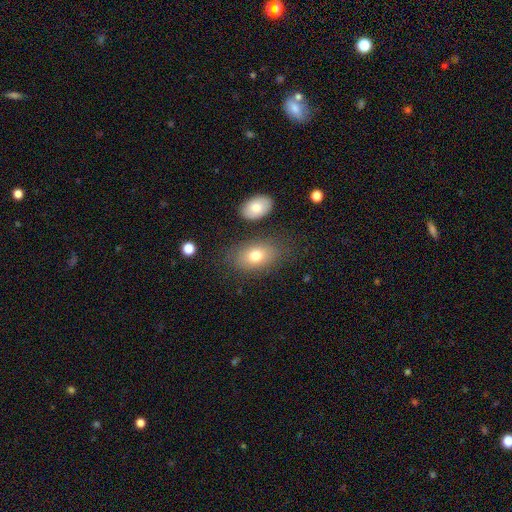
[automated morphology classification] Q: Smooth or featured?
A: smooth (75%); runner-up: featured or disk (15%)
Q: How rounded?
A: in between (84%); runner-up: round (15%)
Q: Merging?
A: none (73%); runner-up: minor disturbance (14%)